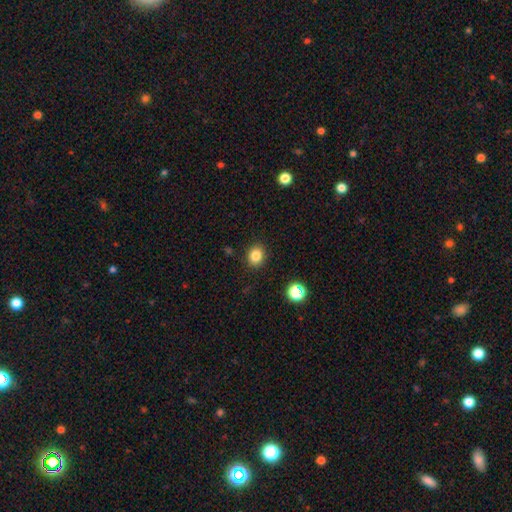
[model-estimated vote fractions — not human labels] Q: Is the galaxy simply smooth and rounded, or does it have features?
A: smooth — 83%.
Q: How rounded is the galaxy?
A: round — 67%.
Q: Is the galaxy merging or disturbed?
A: none — 89%.